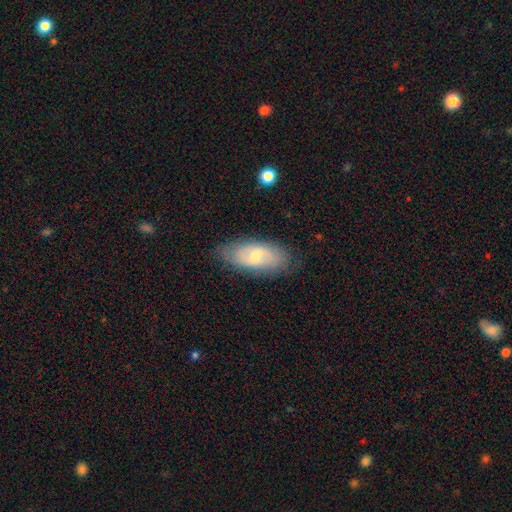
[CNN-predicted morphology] smooth-or-featured: smooth: 47% | featured or disk: 46% | star or artifact: 7%
  merging: none: 80% | minor disturbance: 15% | major disturbance: 4% | merger: 1%